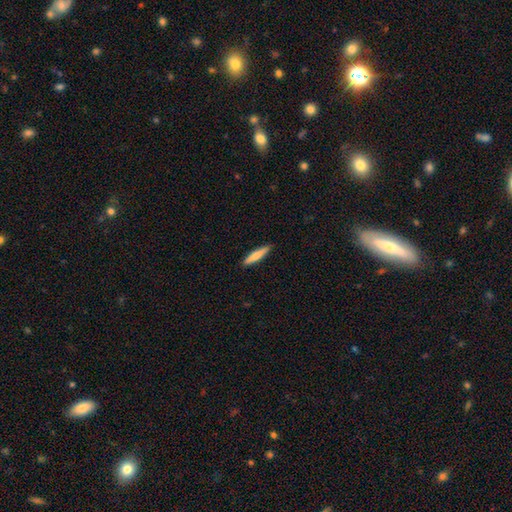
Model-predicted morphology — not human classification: A smooth galaxy with no disk features (71%) that is cigar-shaped (90%). Merging: none (91%).